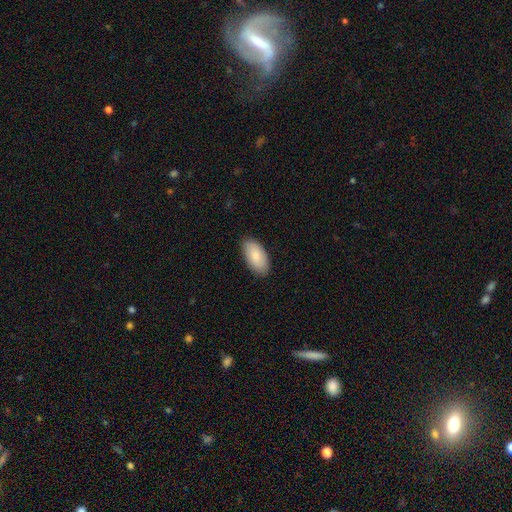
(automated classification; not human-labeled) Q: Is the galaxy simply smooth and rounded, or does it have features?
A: smooth — 85%.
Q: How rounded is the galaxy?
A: in between — 95%.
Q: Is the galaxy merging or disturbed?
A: none — 86%.